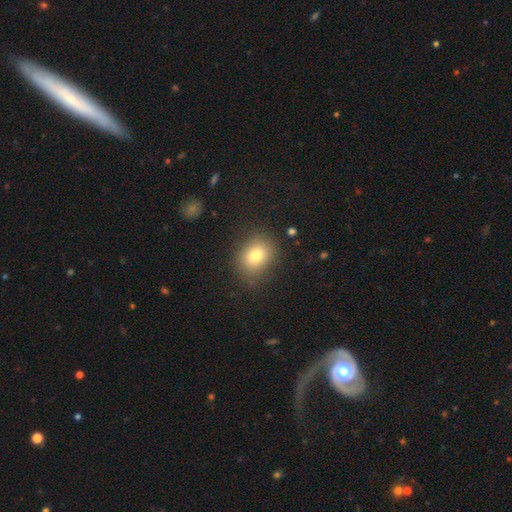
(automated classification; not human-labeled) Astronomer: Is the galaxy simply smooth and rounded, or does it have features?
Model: smooth — 78%.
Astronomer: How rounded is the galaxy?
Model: round — 52% (runner-up: in between, 47%).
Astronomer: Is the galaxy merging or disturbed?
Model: none — 81%.